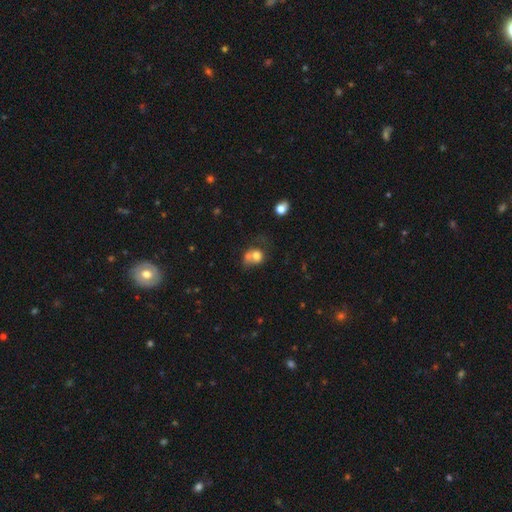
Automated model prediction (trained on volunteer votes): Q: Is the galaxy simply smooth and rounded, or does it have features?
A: smooth — 70%.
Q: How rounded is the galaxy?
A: round — 64%.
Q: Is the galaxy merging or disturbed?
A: merger — 51%.